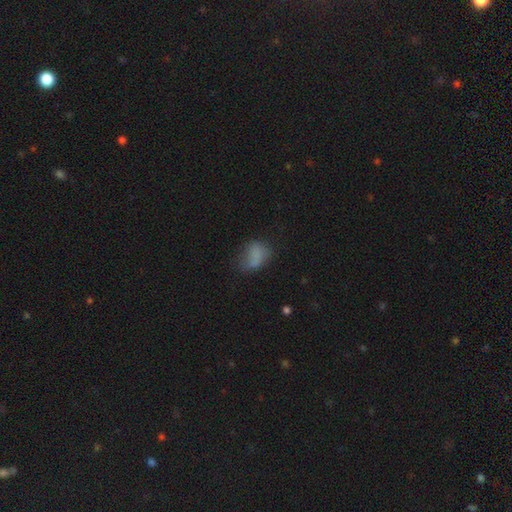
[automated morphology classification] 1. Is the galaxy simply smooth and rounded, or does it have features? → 71% smooth, 17% featured or disk, 12% star or artifact.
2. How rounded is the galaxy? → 74% in between, 24% round, 2% cigar-shaped.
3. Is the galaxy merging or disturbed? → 39% none, 32% minor disturbance, 23% major disturbance, 5% merger.